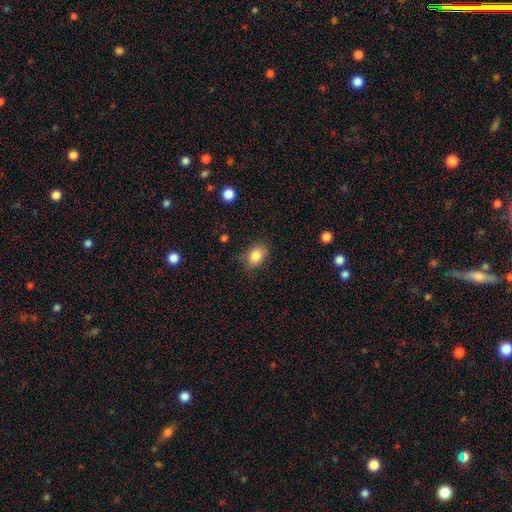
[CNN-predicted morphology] smooth_or_featured: smooth (p=0.85) [alt: star or artifact p=0.09]
how_rounded: in between (p=0.74) [alt: round p=0.24]
merging: none (p=0.77) [alt: minor disturbance p=0.18]